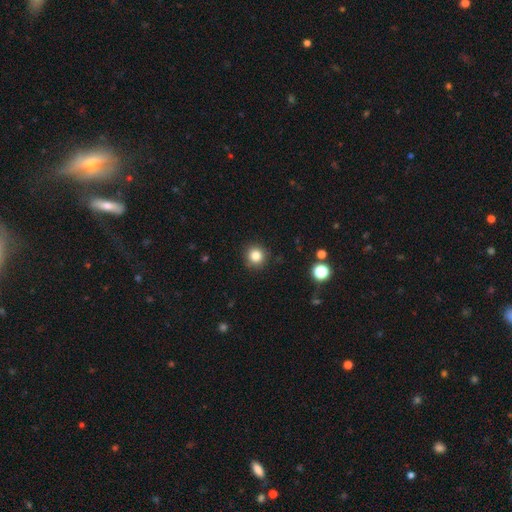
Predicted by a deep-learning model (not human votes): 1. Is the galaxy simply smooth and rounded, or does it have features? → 83% smooth, 12% star or artifact, 5% featured or disk.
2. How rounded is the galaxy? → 93% round, 6% in between, 1% cigar-shaped.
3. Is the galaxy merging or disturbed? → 90% none, 6% minor disturbance, 2% major disturbance, 1% merger.